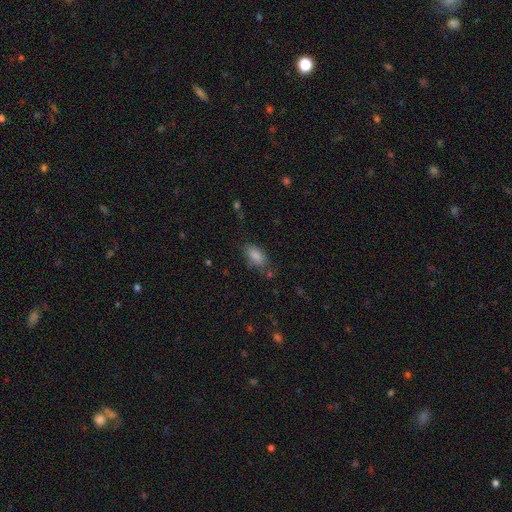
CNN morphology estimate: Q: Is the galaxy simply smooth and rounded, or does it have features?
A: smooth — 86%.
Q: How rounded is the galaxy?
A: in between — 91%.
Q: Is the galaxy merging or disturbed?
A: none — 74%.